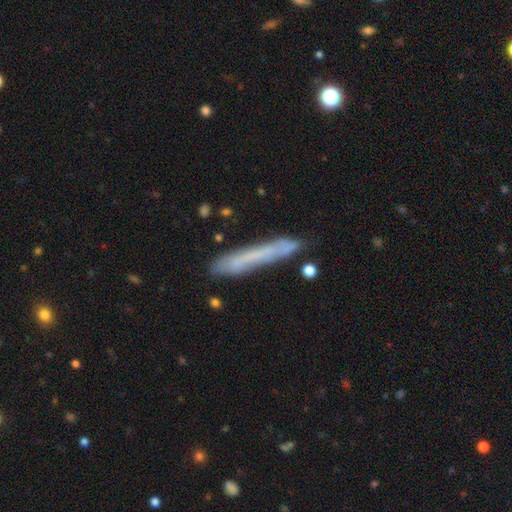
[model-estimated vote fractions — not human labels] Q: Smooth or featured?
A: smooth (57%); runner-up: featured or disk (33%)
Q: How rounded?
A: cigar-shaped (96%); runner-up: in between (3%)
Q: Merging?
A: none (80%); runner-up: minor disturbance (14%)